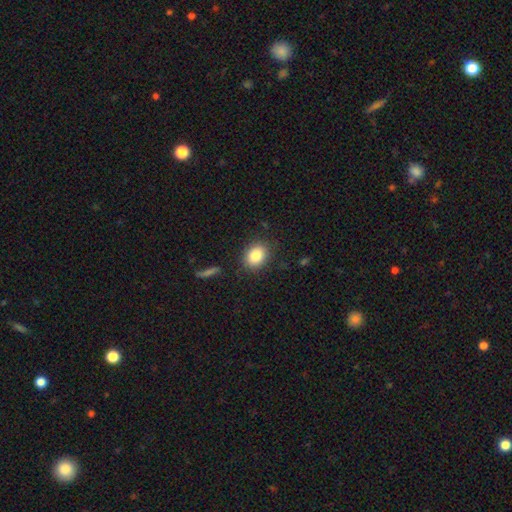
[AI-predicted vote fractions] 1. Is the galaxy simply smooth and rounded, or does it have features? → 84% smooth, 9% star or artifact, 7% featured or disk.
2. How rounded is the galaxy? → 58% in between, 41% round, 1% cigar-shaped.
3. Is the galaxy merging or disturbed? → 85% none, 11% minor disturbance, 3% major disturbance, 2% merger.